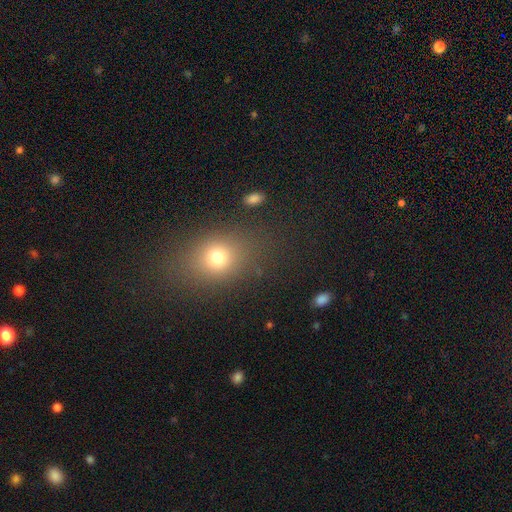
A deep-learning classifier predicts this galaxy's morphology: type=smooth (67%); roundness=in between (52%); merging=none (82%).